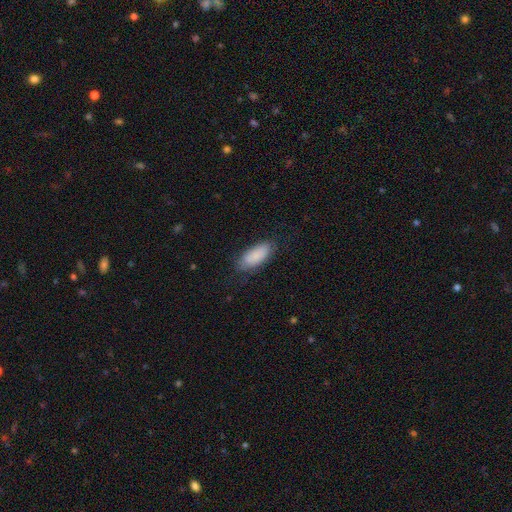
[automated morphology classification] A smooth galaxy with no disk features (84%) that is in between round and cigar-shaped (84%).

Vote fractions:
- Smooth or featured? smooth: 84% / featured or disk: 9% / star or artifact: 6%
- How rounded? in between: 84% / cigar-shaped: 14% / round: 2%
- Merging? none: 77% / minor disturbance: 18% / major disturbance: 4% / merger: 1%